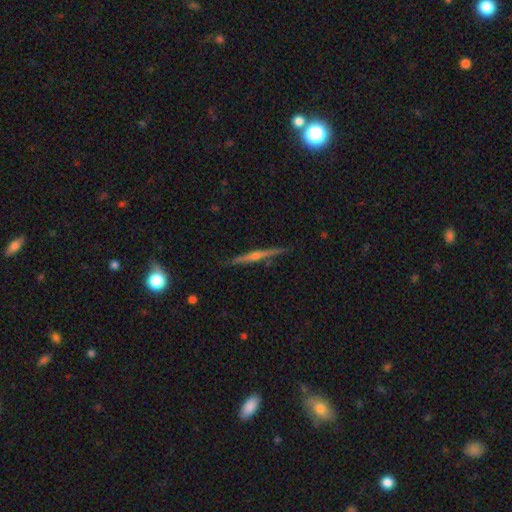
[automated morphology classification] This appears to be a featured or disk galaxy (78%) viewed edge-on (98%) with a rounded central bulge (81%). Merging: none (89%).